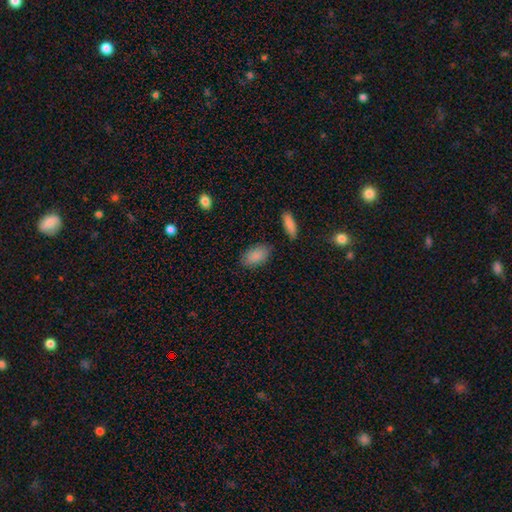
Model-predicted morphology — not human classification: smooth 87%, star or artifact 7%, featured or disk 6%. Down the decision tree: how rounded — in between (92%); merging — none (83%).